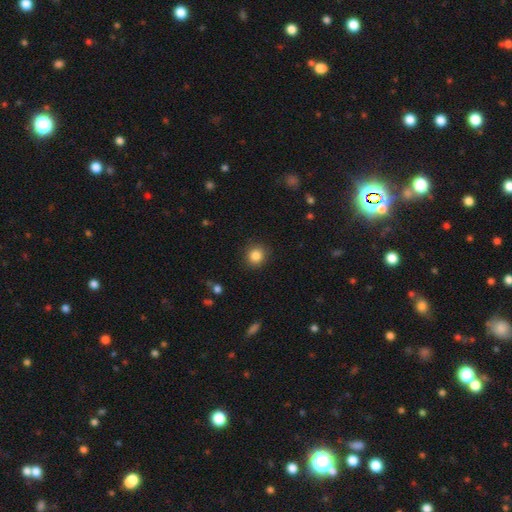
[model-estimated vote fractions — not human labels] A smooth galaxy with no disk features (85%) that is round (87%). Merging: none (89%).